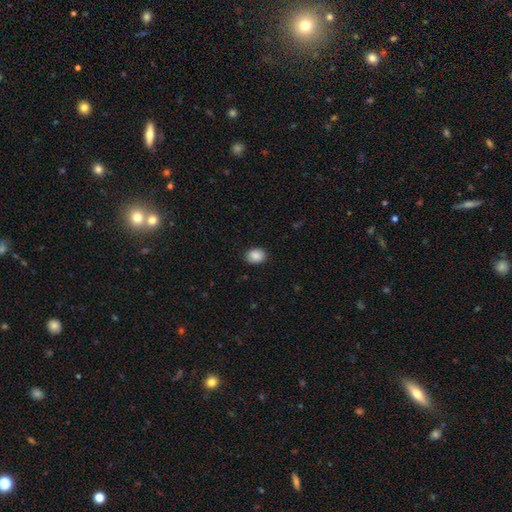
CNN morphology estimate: The model was most divided on "how rounded": in between: 56%, round: 43%, cigar-shaped: 1%. More confident: smooth or featured — smooth (87%); merging — none (87%).